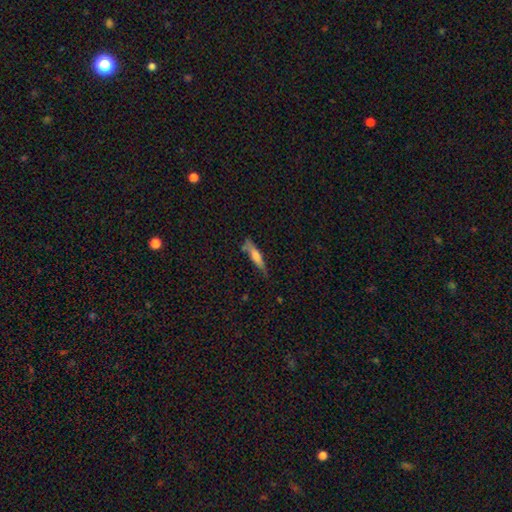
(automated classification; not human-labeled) This is likely a smooth galaxy (60%). How rounded: clearly cigar-shaped (81%). Merging: likely none (65%).